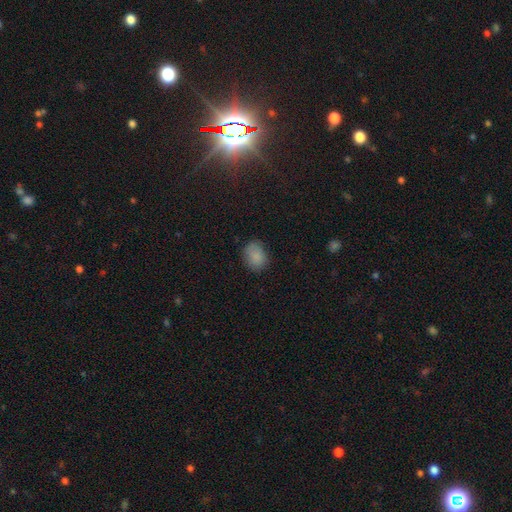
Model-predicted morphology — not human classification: smooth_or_featured: smooth (p=0.85) [alt: star or artifact p=0.09]
how_rounded: in between (p=0.60) [alt: round p=0.39]
merging: none (p=0.77) [alt: minor disturbance p=0.18]